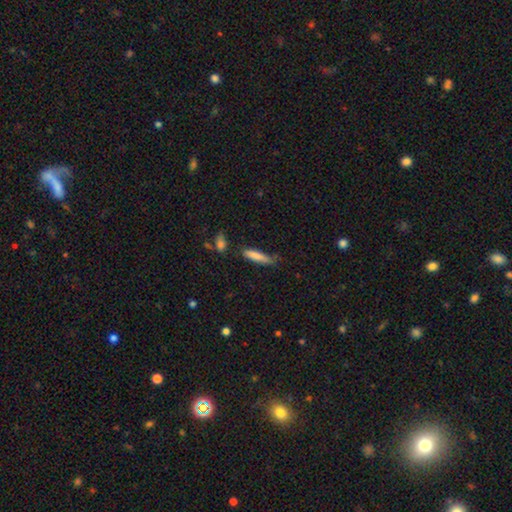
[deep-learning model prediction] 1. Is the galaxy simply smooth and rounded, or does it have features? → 79% smooth, 15% featured or disk, 7% star or artifact.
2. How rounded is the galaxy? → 80% cigar-shaped, 19% in between, 1% round.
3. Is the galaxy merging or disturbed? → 64% none, 26% minor disturbance, 5% major disturbance, 5% merger.